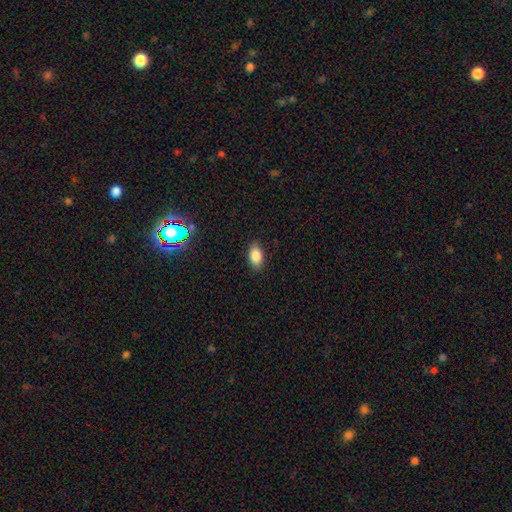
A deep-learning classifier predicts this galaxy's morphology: Q: Smooth or featured?
A: smooth (85%); runner-up: star or artifact (9%)
Q: How rounded?
A: in between (90%); runner-up: round (7%)
Q: Merging?
A: none (86%); runner-up: minor disturbance (10%)